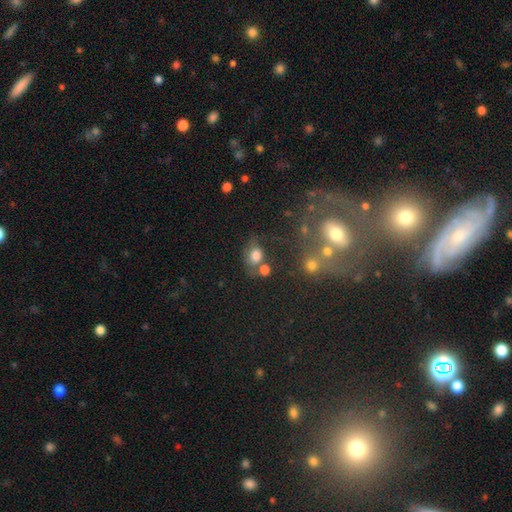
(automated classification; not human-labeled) Morphology: type=smooth (75%); roundness=in between (55%); merging=none (43%).